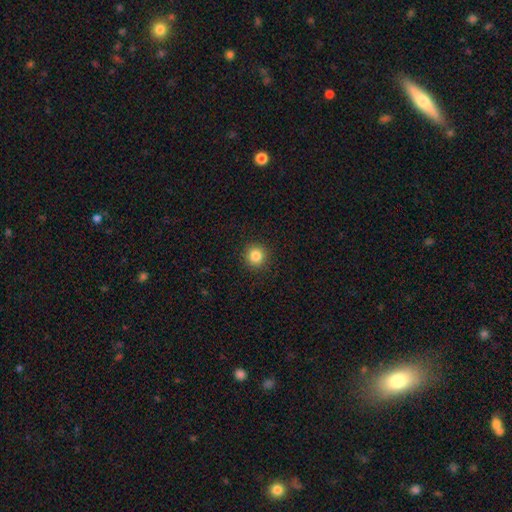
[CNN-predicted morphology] This appears to be a smooth galaxy with no disk features (85%) that is round (94%). Merging: none (92%).